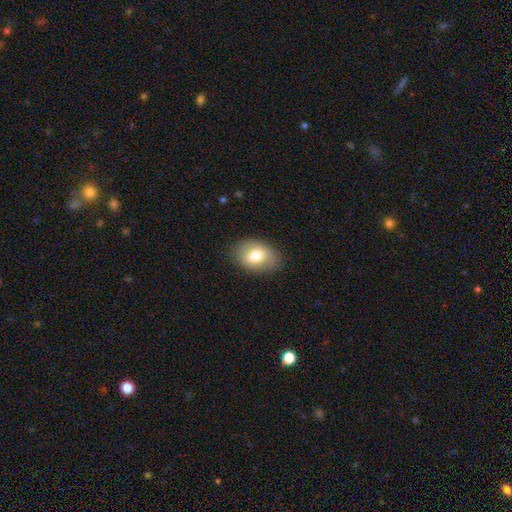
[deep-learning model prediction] Q: Smooth or featured?
A: smooth (74%); runner-up: featured or disk (19%)
Q: How rounded?
A: in between (81%); runner-up: round (18%)
Q: Merging?
A: none (82%); runner-up: minor disturbance (13%)